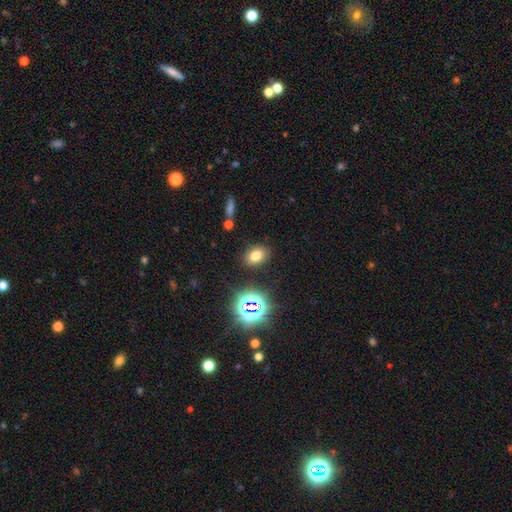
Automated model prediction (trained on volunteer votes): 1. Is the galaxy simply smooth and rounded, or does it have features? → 71% smooth, 20% star or artifact, 9% featured or disk.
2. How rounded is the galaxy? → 73% in between, 26% round, 1% cigar-shaped.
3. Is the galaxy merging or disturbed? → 86% none, 9% minor disturbance, 3% major disturbance, 2% merger.